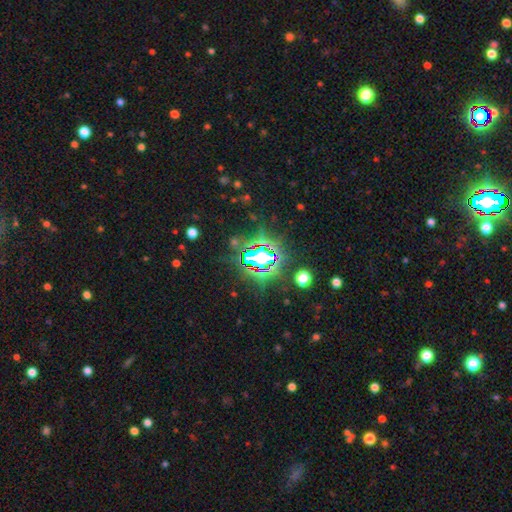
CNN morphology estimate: The model was most divided on "smooth or featured": star or artifact: 85%, smooth: 8%, featured or disk: 7%.